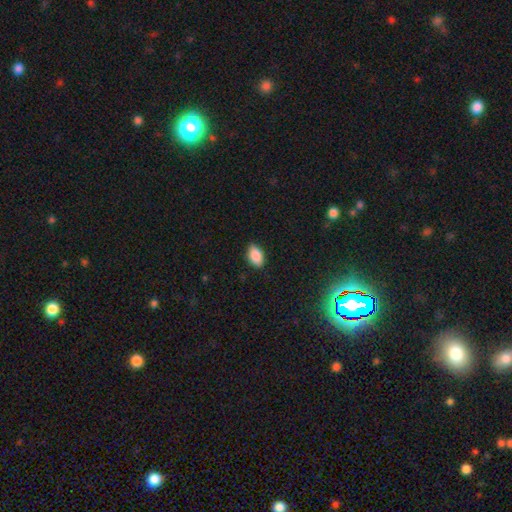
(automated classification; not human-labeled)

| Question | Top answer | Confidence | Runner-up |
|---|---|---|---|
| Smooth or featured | smooth | 87% | star or artifact (8%) |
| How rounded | in between | 91% | round (7%) |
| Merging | none | 86% | minor disturbance (11%) |